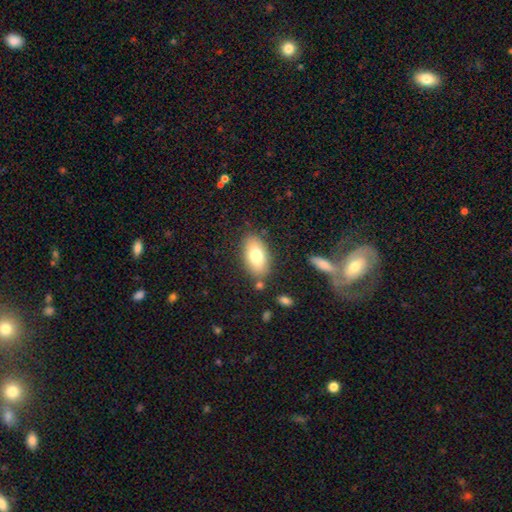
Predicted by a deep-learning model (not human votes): Morphology: type=smooth (75%); roundness=in between (91%); merging=none (81%).